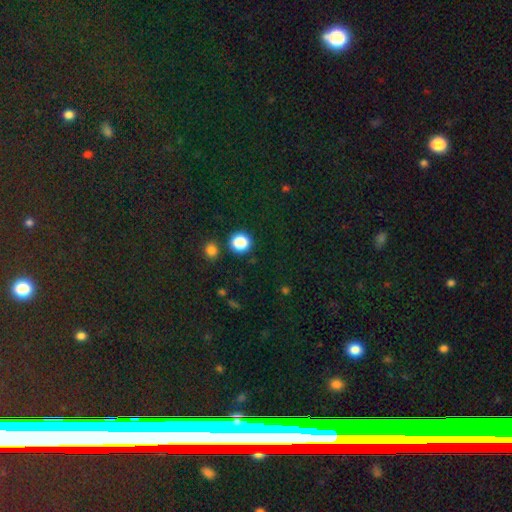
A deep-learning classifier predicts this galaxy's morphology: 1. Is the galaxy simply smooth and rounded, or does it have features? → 71% star or artifact, 17% smooth, 12% featured or disk.